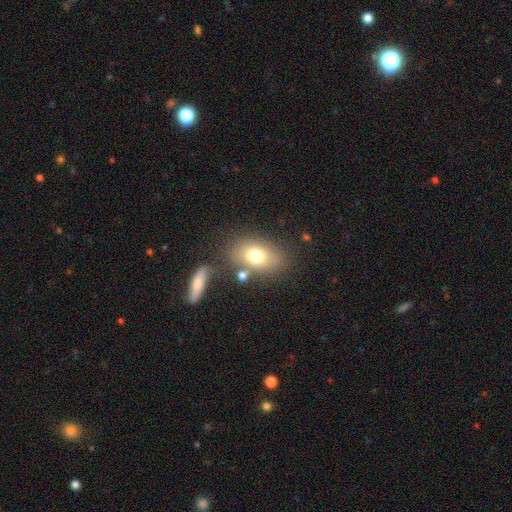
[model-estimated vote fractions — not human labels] A smooth galaxy with no disk features (73%) that is in between round and cigar-shaped (80%). Merging: none (70%).